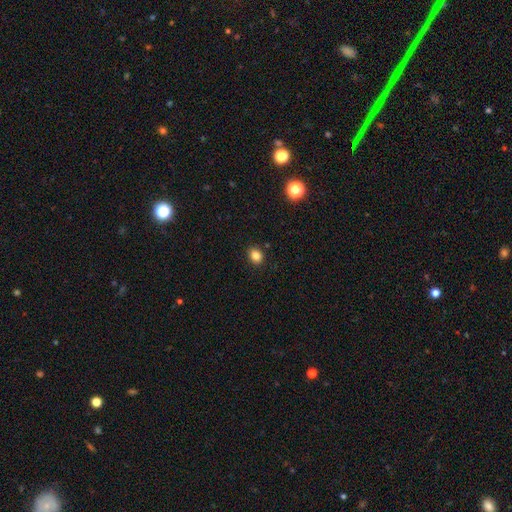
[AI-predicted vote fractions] The model was most divided on "how rounded": round: 59%, in between: 40%, cigar-shaped: 1%. More confident: merging — none (89%); smooth or featured — smooth (84%).